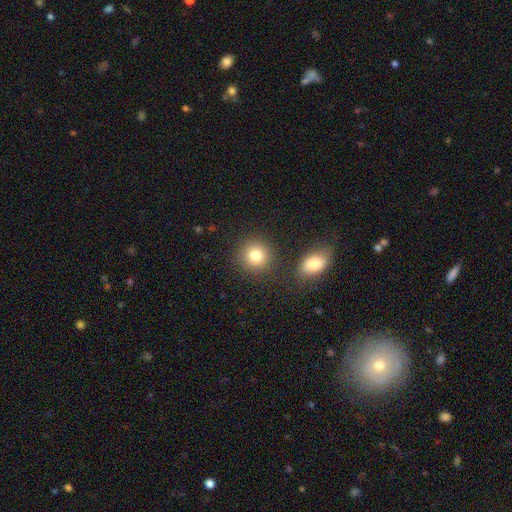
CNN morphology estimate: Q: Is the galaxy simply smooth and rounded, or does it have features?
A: smooth — 83%.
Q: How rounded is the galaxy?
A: round — 88%.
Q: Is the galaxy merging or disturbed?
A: none — 82%.